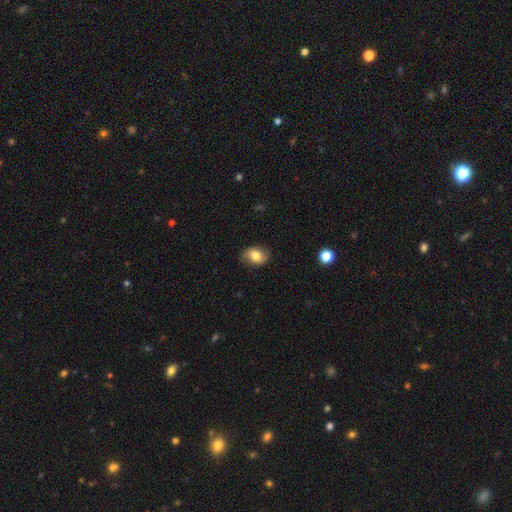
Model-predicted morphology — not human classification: Smooth or featured? smooth (77%)
How rounded? in between (66%)
Merging? none (80%)